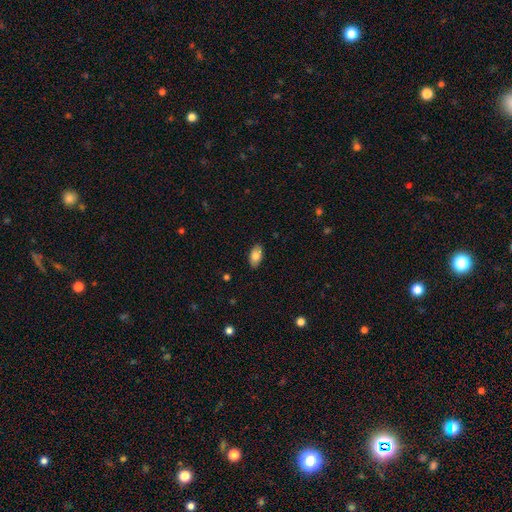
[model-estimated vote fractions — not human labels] Overall: smooth (81%). How rounded: in between (93%). Merging: none (88%).